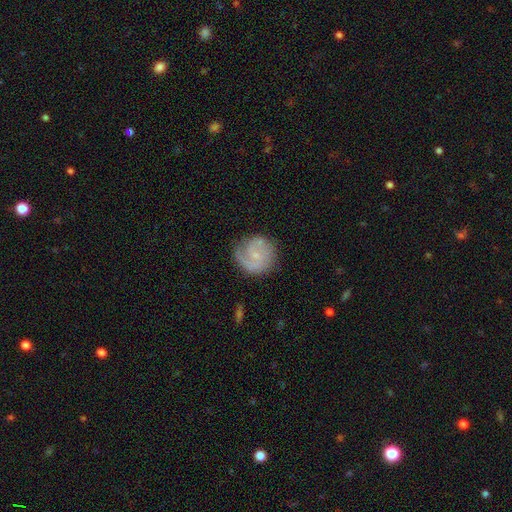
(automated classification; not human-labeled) A featured or disk galaxy (70%) with no bar (65%), 2 (47%) medium (41%, tied with tight) spiral arms (91%) and a small central bulge (72%).

Vote fractions:
- Smooth or featured? featured or disk: 70% / smooth: 23% / star or artifact: 7%
- Edge-on disk? no: 98% / yes: 2%
- Bar? no: 65% / weak: 31% / strong: 4%
- Spiral arms? yes: 91% / no: 9%
- Spiral winding? medium: 41% (tied) / tight: 41% (tied) / loose: 17%
- Spiral arm count? 2: 47% / 1: 26% / can't tell: 15% / 3: 8% / 4: 2% / more than 4: 2%
- Bulge size? small: 72% / moderate: 16% / none: 10% / large: 1% / dominant: 1%
- Merging? none: 70% / minor disturbance: 19% / major disturbance: 9% / merger: 2%